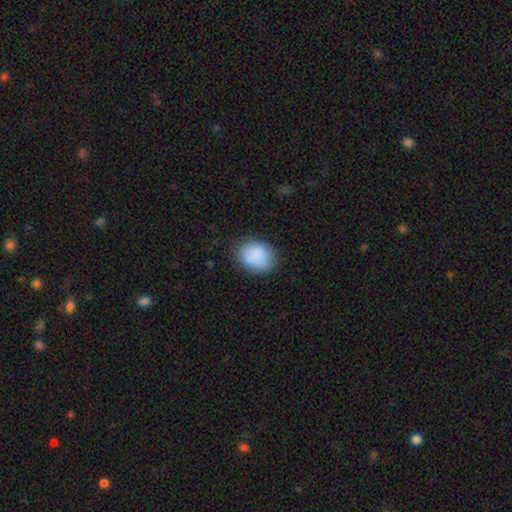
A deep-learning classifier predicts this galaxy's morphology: This is clearly a smooth galaxy (87%). How rounded: possibly in between (51%). Merging: clearly none (80%).